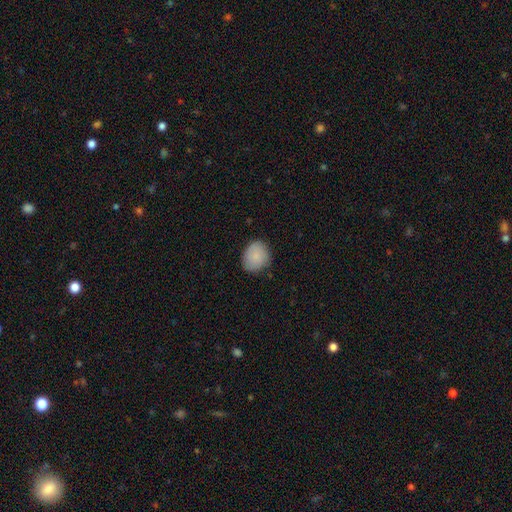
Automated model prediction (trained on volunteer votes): Morphology: type=smooth (84%); roundness=round (62%); merging=none (78%).